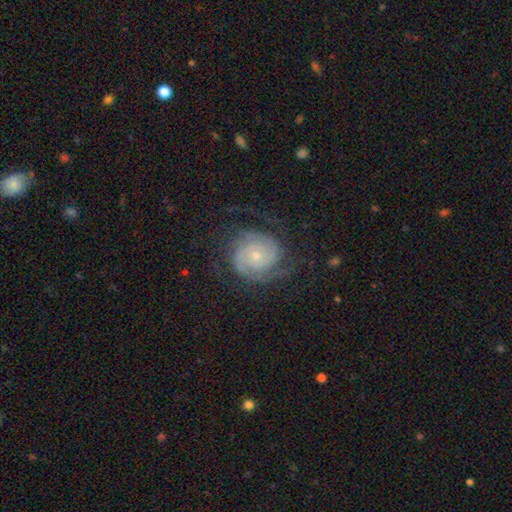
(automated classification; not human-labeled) The model was most divided on "spiral arm count": 2: 49%, can't tell: 19%, 3: 17%, 4: 5%, 1: 5%, more than 4: 4%. More confident: edge-on disk — no (98%); spiral arms — yes (96%); smooth or featured — featured or disk (84%); bar — no (76%); bulge size — small (72%); merging — none (71%); spiral winding — tight (62%).